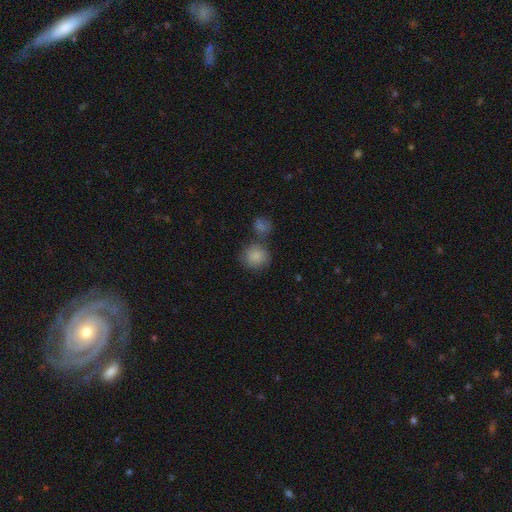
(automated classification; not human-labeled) Smooth or featured?
  - smooth: 86% *
  - star or artifact: 8%
  - featured or disk: 6%
How rounded?
  - round: 85% *
  - in between: 14%
  - cigar-shaped: 1%
Merging?
  - none: 57% *
  - merger: 26%
  - minor disturbance: 12%
  - major disturbance: 5%